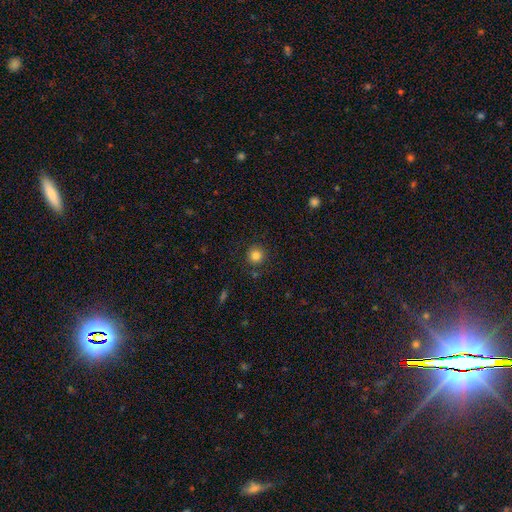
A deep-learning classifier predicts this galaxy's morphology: This appears to be a smooth galaxy with no disk features (83%) that is round (94%). Merging: none (88%).